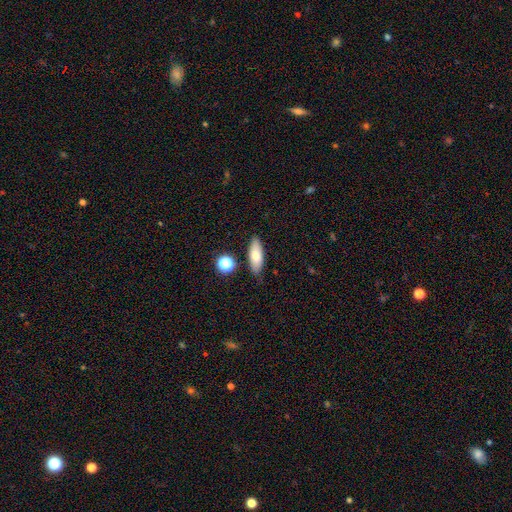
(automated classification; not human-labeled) A smooth galaxy with no disk features (75%) that is in between round and cigar-shaped (70%).

Vote fractions:
- Smooth or featured? smooth: 75% / featured or disk: 17% / star or artifact: 8%
- How rounded? in between: 70% / cigar-shaped: 27% / round: 3%
- Merging? none: 82% / minor disturbance: 12% / merger: 4% / major disturbance: 2%